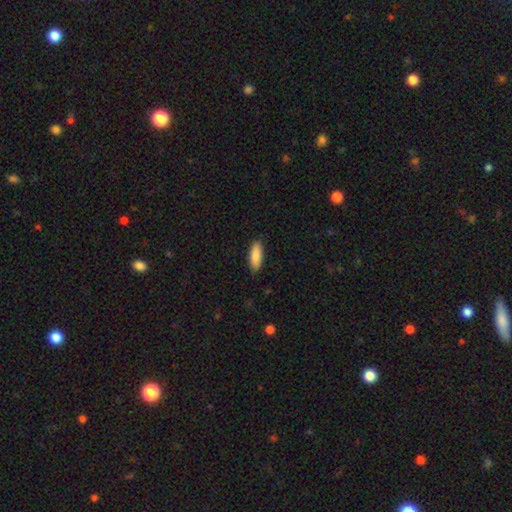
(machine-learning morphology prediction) A smooth galaxy with no disk features (88%) that is in between round and cigar-shaped (68%).

Vote fractions:
- Smooth or featured? smooth: 88% / featured or disk: 7% / star or artifact: 6%
- How rounded? in between: 68% / cigar-shaped: 30% / round: 2%
- Merging? none: 88% / minor disturbance: 10% / major disturbance: 2% / merger: 1%